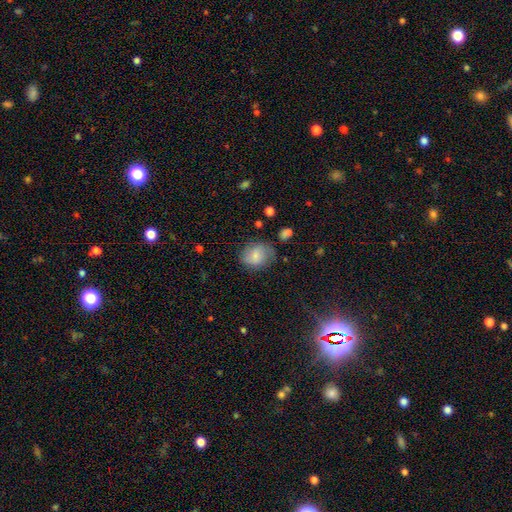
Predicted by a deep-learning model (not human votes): Morphology: type=smooth (73%); roundness=round (57%); merging=none (66%).